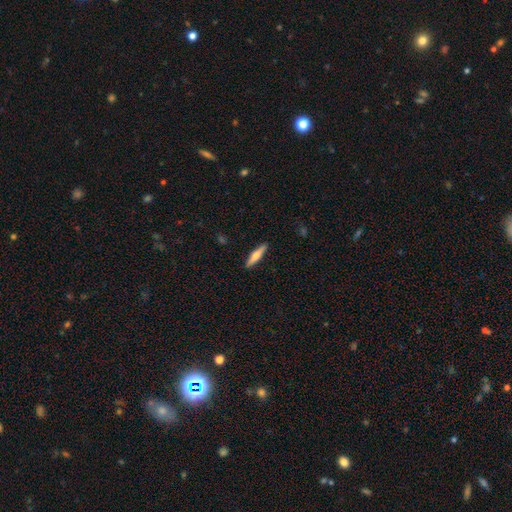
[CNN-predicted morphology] Overall: smooth (56%; featured or disk 39%). How rounded: cigar-shaped (80%). Merging: none (90%).